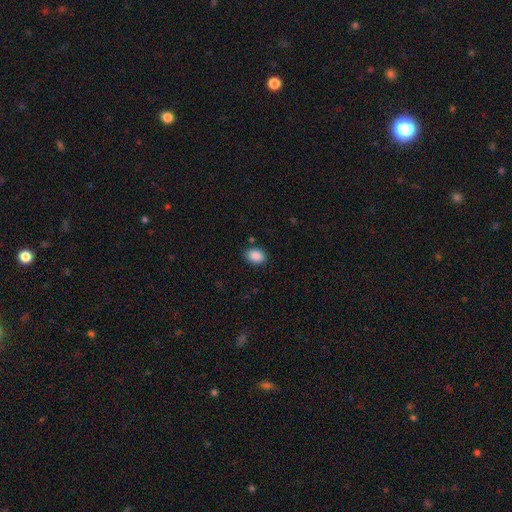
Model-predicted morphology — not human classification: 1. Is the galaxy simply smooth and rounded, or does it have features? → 89% smooth, 8% star or artifact, 3% featured or disk.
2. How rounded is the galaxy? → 76% in between, 23% round, 1% cigar-shaped.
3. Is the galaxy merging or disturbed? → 85% none, 10% minor disturbance, 3% major disturbance, 2% merger.